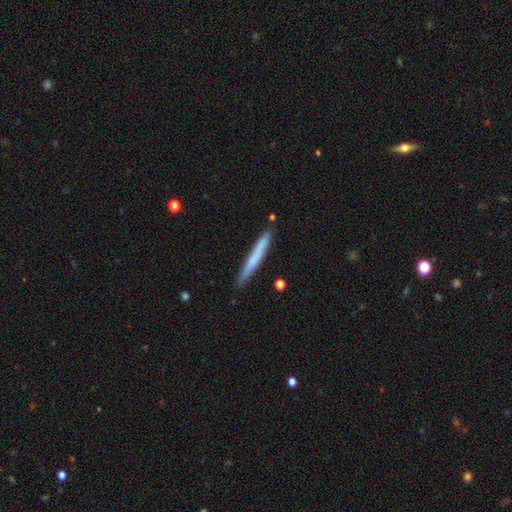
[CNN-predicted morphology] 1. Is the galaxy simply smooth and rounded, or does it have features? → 61% smooth, 33% featured or disk, 6% star or artifact.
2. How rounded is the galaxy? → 97% cigar-shaped, 2% in between, 1% round.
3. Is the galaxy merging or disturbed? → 88% none, 9% minor disturbance, 2% merger, 1% major disturbance.